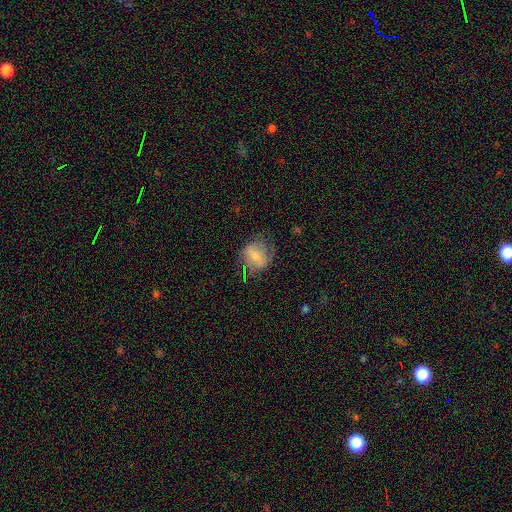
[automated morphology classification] Smooth or featured? Predicted: smooth (p=0.53). How rounded? Predicted: round (p=0.57). Merging? Predicted: none (p=0.59).